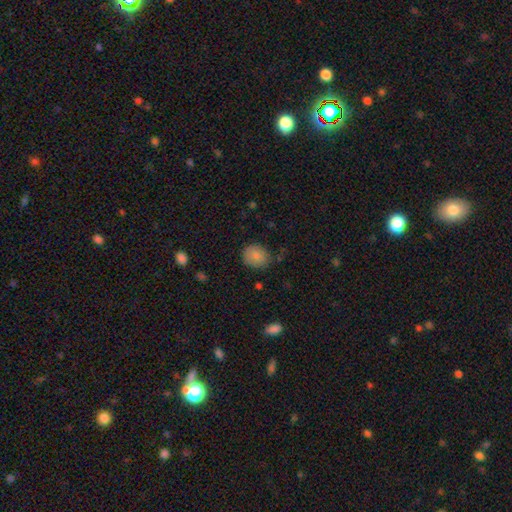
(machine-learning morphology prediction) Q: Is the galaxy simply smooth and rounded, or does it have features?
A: smooth — 84%.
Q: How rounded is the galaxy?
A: round — 72%.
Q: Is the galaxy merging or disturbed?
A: none — 74%.